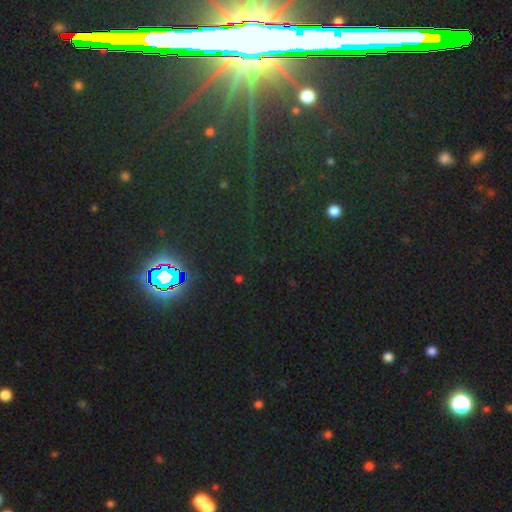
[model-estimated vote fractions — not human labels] star or artifact 81%, smooth 10%, featured or disk 9%.